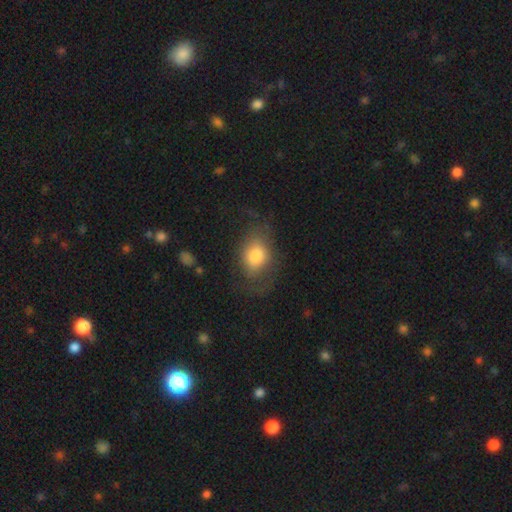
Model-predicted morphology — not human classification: Q: Smooth or featured?
A: smooth (73%); runner-up: featured or disk (19%)
Q: How rounded?
A: in between (70%); runner-up: round (29%)
Q: Merging?
A: none (55%); runner-up: minor disturbance (24%)